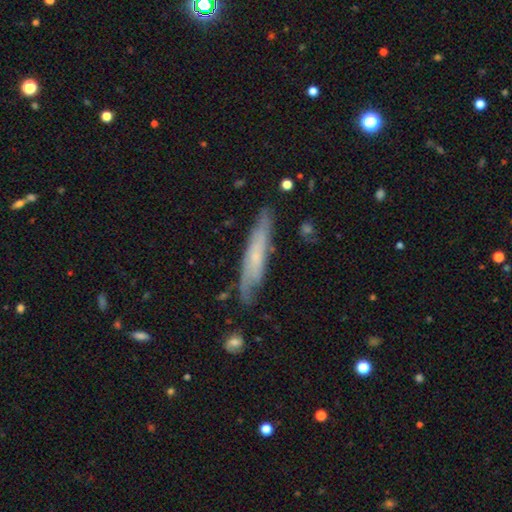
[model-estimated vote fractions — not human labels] Smooth or featured? featured or disk (53%)
Edge-on disk? yes (66%)
Merging? none (77%)